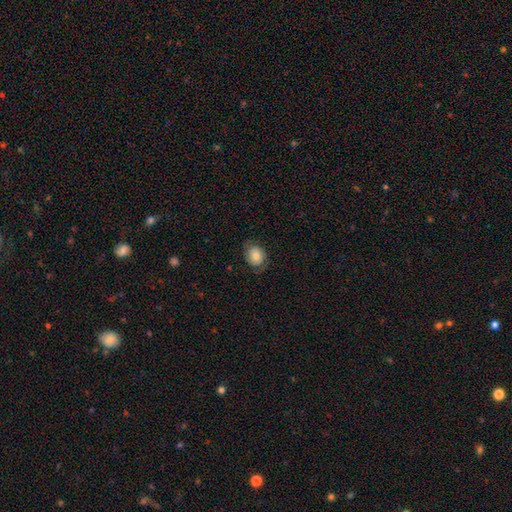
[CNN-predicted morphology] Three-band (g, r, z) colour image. It shows a smooth galaxy with no disk features (66%) that is in between round and cigar-shaped (56%). Merging: none (69%).